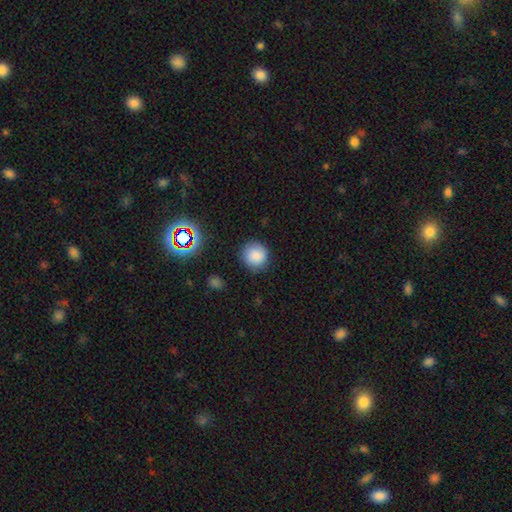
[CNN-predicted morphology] Smooth or featured: smooth — 84% (star or artifact — 11%)
How rounded: round — 92% (in between — 7%)
Merging: none — 86% (minor disturbance — 10%)